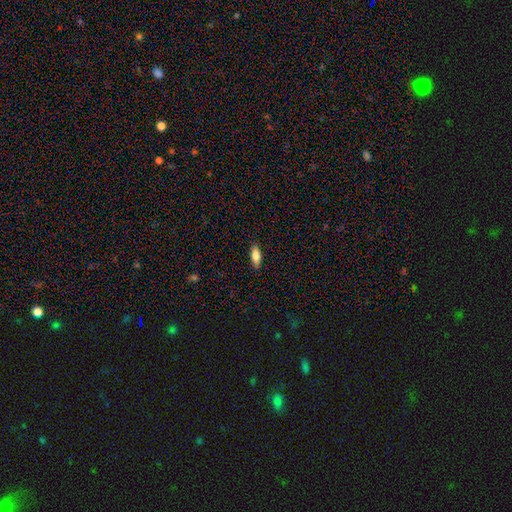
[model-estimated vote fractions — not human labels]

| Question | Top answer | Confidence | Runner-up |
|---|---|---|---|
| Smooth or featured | smooth | 78% | featured or disk (15%) |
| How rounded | in between | 74% | cigar-shaped (24%) |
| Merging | none | 88% | minor disturbance (9%) |